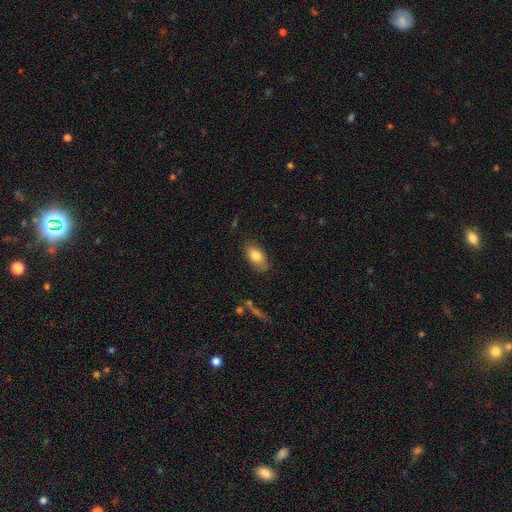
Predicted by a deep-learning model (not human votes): The model was most divided on "merging": none: 79%, minor disturbance: 16%, major disturbance: 3%, merger: 2%. More confident: how rounded — in between (90%); smooth or featured — smooth (80%).